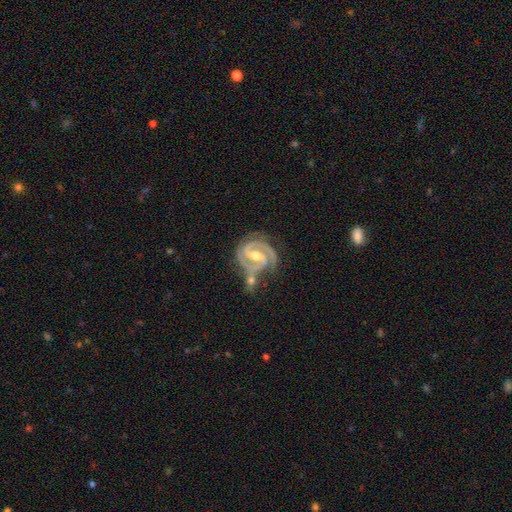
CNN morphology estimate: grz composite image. It shows a featured or disk galaxy (92%) with a weak bar (45%), 2 (85%) tight (63%) spiral arms (98%) and a moderate central bulge (66%). Merging: none (51%).